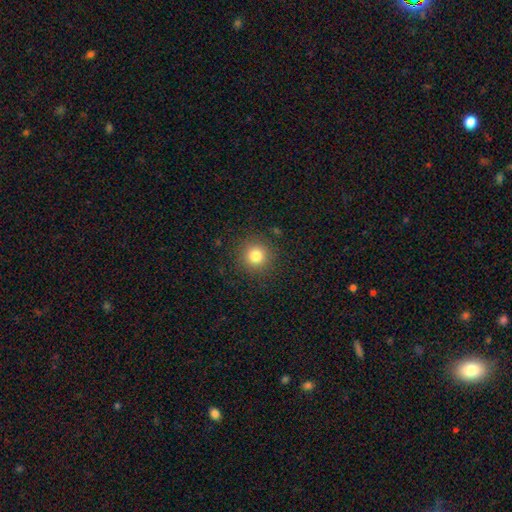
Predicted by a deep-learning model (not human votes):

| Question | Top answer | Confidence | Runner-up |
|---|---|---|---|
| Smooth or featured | smooth | 81% | star or artifact (13%) |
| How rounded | round | 94% | in between (5%) |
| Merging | none | 89% | minor disturbance (7%) |